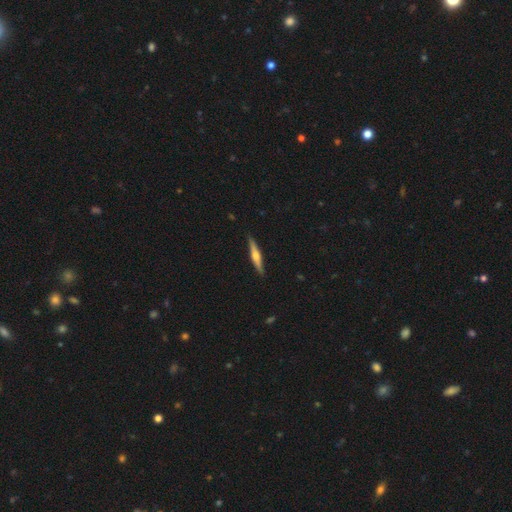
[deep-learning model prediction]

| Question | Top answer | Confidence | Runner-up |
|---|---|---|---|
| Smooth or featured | featured or disk | 58% | smooth (36%) |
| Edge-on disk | yes | 97% | no (3%) |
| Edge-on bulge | rounded | 85% | none (8%) |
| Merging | none | 90% | minor disturbance (8%) |